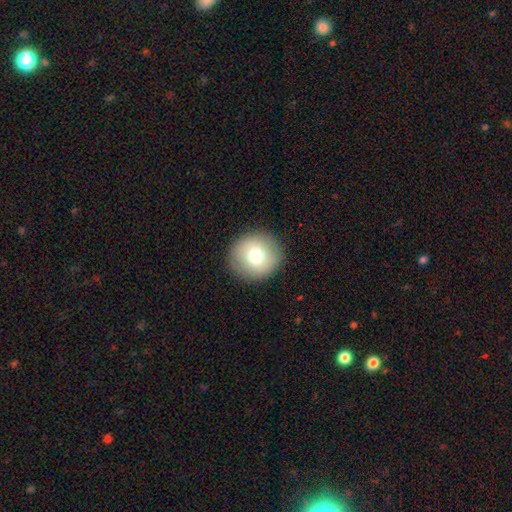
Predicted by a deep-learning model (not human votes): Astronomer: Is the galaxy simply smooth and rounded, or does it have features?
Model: smooth — 76%.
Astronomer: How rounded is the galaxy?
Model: round — 92%.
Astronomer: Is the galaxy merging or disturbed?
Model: none — 91%.